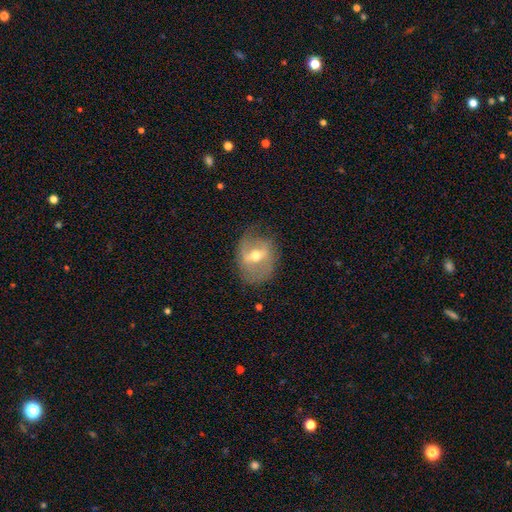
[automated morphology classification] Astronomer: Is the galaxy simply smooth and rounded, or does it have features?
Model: featured or disk — 66%.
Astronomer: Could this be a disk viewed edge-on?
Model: no — 93%.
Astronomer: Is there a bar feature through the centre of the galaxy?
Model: weak — 42%, tied with strong at 42%.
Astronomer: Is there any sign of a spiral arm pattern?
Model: yes — 53% (runner-up: no, 47%).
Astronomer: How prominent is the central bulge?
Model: moderate — 70%.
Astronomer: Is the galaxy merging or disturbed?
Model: none — 66%.